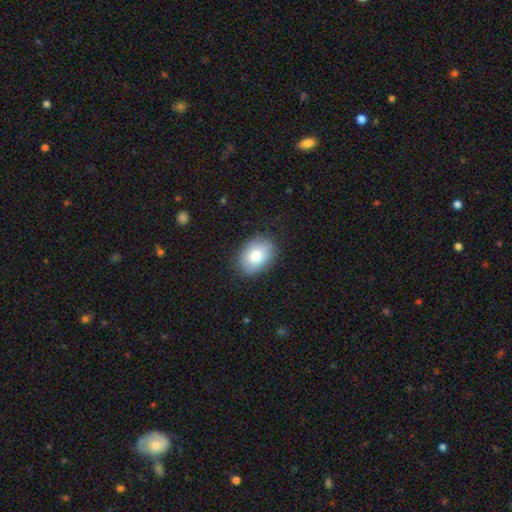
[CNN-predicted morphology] The model was most divided on "how rounded": in between: 77%, round: 22%, cigar-shaped: 1%. More confident: merging — none (84%); smooth or featured — smooth (78%).